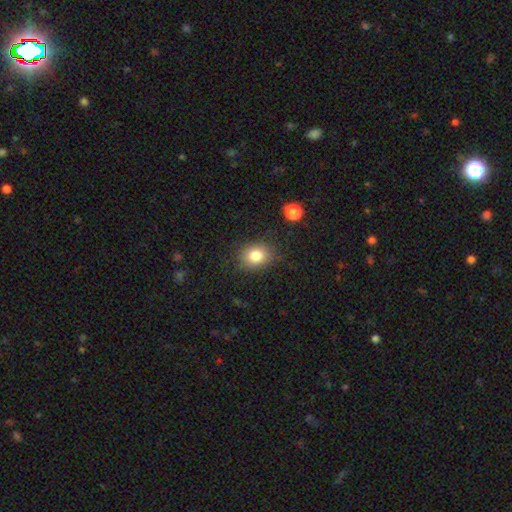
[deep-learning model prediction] smooth-or-featured: smooth: 82% | star or artifact: 11% | featured or disk: 8%
  how-rounded: in between: 50% | round: 49% | cigar-shaped: 1%
  merging: none: 82% | minor disturbance: 13% | major disturbance: 4% | merger: 2%